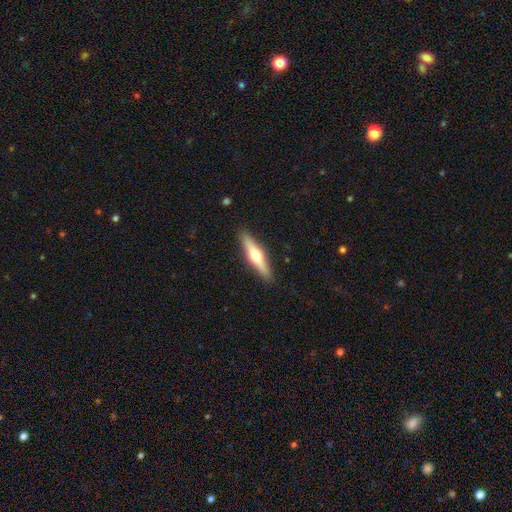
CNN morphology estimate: Smooth or featured: featured or disk — 58% (smooth — 37%)
Edge-on disk: yes — 96% (no — 4%)
Edge-on bulge: rounded — 94% (none — 3%)
Merging: none — 90% (minor disturbance — 7%)